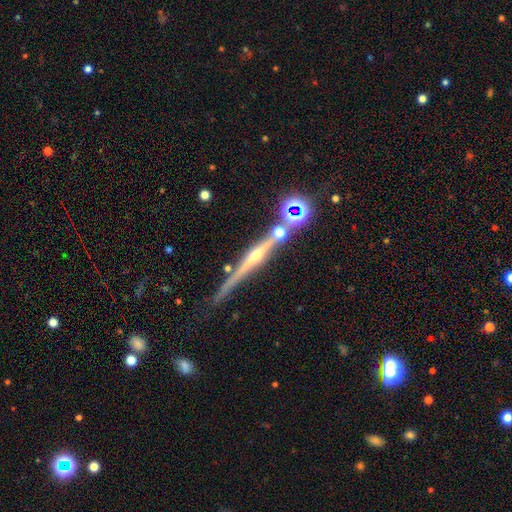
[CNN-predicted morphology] Smooth or featured? featured or disk (78%)
Edge-on disk? yes (97%)
Edge-on bulge? rounded (88%)
Merging? none (76%)